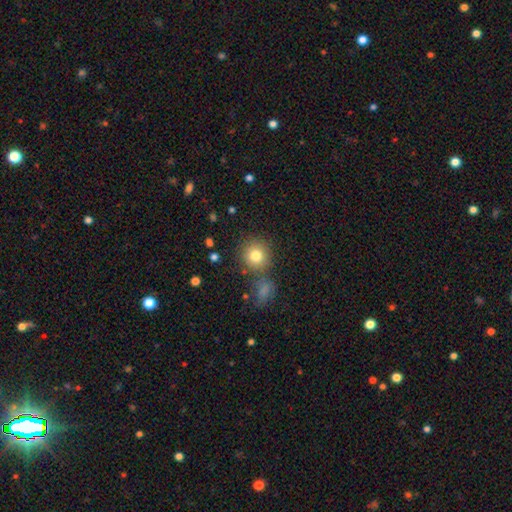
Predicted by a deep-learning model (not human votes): smooth-or-featured: smooth: 81% | star or artifact: 11% | featured or disk: 8%
  how-rounded: round: 90% | in between: 9% | cigar-shaped: 1%
  merging: none: 76% | merger: 11% | minor disturbance: 10% | major disturbance: 4%